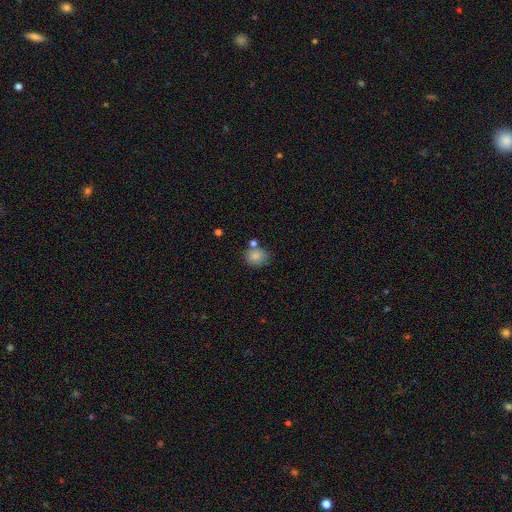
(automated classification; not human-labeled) smooth-or-featured: smooth: 84% | star or artifact: 9% | featured or disk: 6%
  how-rounded: round: 67% | in between: 32% | cigar-shaped: 1%
  merging: none: 64% | merger: 16% | minor disturbance: 15% | major disturbance: 5%